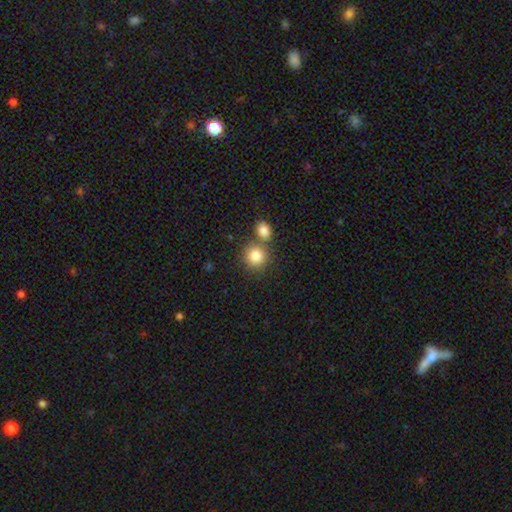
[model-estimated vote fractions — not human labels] Overall: smooth (84%). How rounded: round (87%). Merging: none (59%; merger 30%).